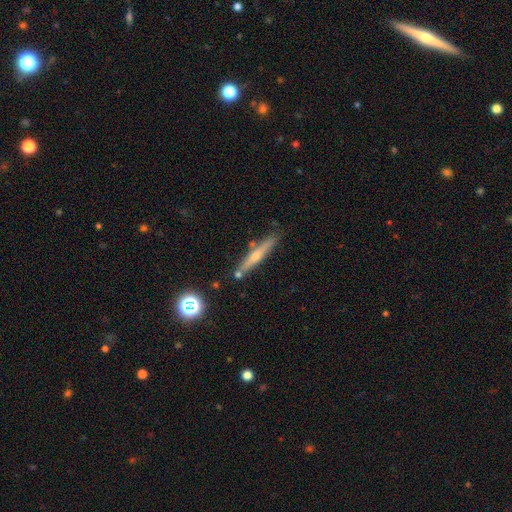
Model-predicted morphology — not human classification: type=featured or disk (52%); edge-on=yes (95%); merging=none (79%).